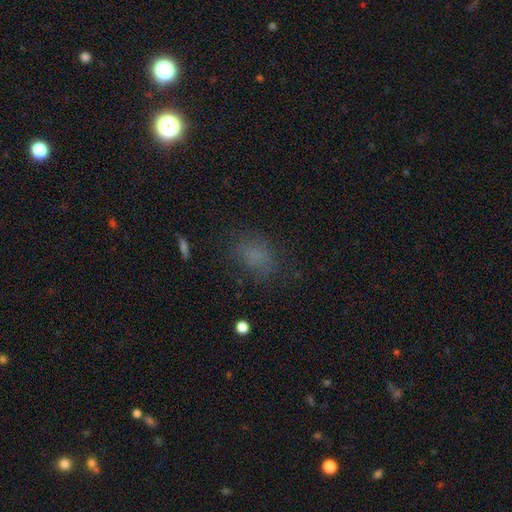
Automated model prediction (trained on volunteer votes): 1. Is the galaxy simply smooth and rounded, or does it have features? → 72% smooth, 19% star or artifact, 10% featured or disk.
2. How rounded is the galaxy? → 67% in between, 32% round, 2% cigar-shaped.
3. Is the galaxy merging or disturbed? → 71% none, 17% minor disturbance, 10% major disturbance, 2% merger.